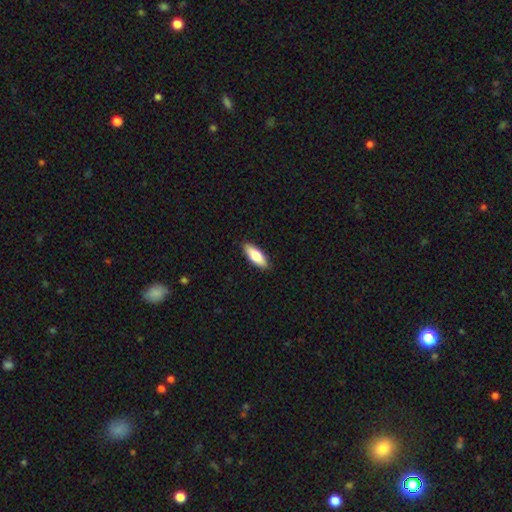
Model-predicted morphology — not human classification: Q: Smooth or featured?
A: smooth (75%); runner-up: featured or disk (19%)
Q: How rounded?
A: in between (64%); runner-up: cigar-shaped (34%)
Q: Merging?
A: none (90%); runner-up: minor disturbance (8%)